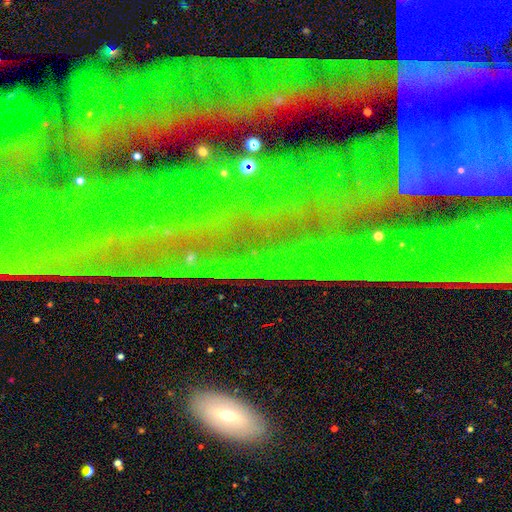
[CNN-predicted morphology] Smooth or featured: star or artifact — 68% (featured or disk — 17%)